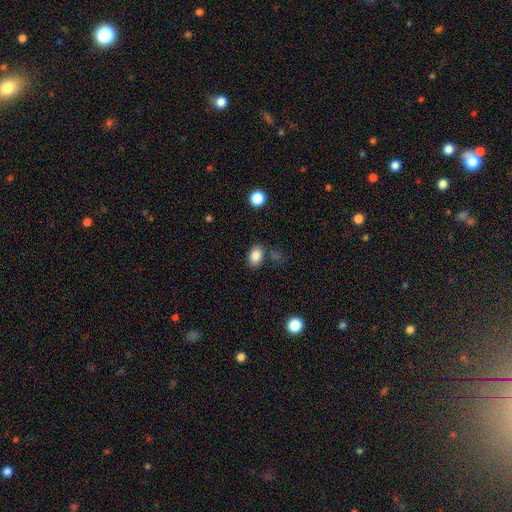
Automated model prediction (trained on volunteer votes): smooth_or_featured: smooth (p=0.85) [alt: star or artifact p=0.09]
how_rounded: in between (p=0.76) [alt: round p=0.23]
merging: none (p=0.77) [alt: minor disturbance p=0.13]